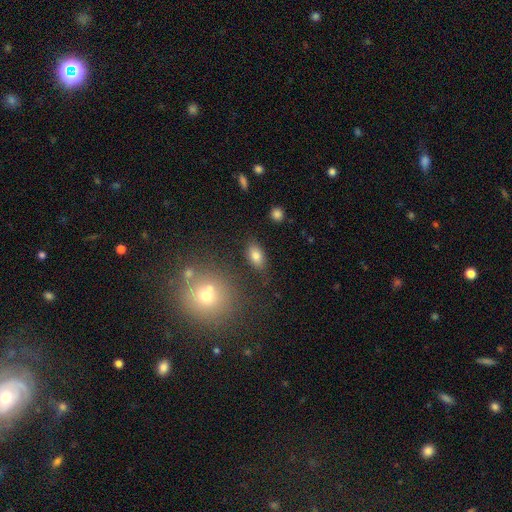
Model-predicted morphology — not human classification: This is clearly a smooth galaxy (81%). How rounded: clearly in between (90%). Merging: clearly none (81%).